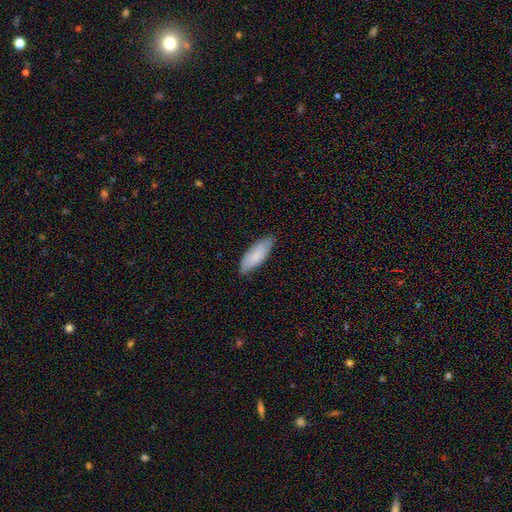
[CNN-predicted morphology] smooth-or-featured: smooth: 82% | featured or disk: 13% | star or artifact: 5%
  how-rounded: in between: 65% | cigar-shaped: 33% | round: 2%
  merging: none: 82% | minor disturbance: 15% | major disturbance: 2% | merger: 1%